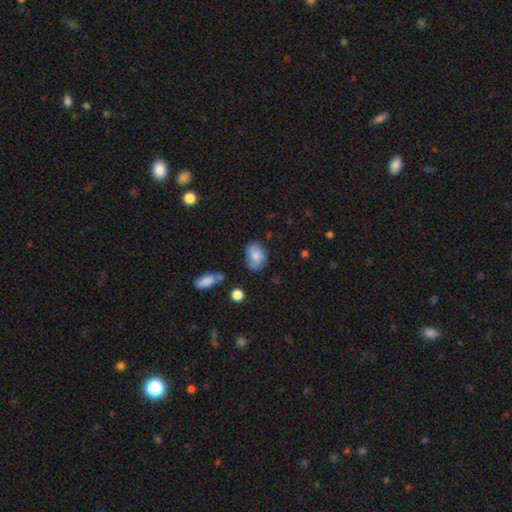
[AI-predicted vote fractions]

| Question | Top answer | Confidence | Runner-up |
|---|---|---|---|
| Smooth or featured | smooth | 79% | featured or disk (14%) |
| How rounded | in between | 82% | round (16%) |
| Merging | none | 69% | minor disturbance (23%) |